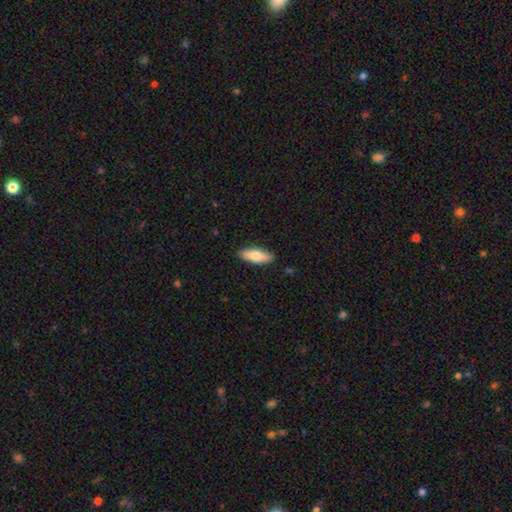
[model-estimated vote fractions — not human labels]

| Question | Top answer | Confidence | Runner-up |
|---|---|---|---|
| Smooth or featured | smooth | 74% | featured or disk (21%) |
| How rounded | in between | 68% | cigar-shaped (30%) |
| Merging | none | 89% | minor disturbance (8%) |